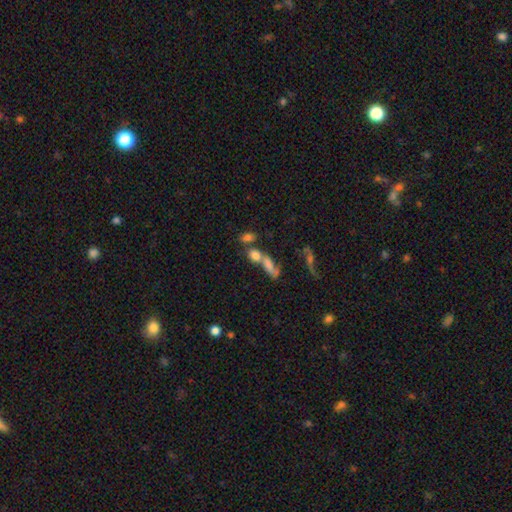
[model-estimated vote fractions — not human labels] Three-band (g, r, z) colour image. It shows a smooth galaxy with no disk features (70%) that is in between round and cigar-shaped (57%). Merging: merger (53%).